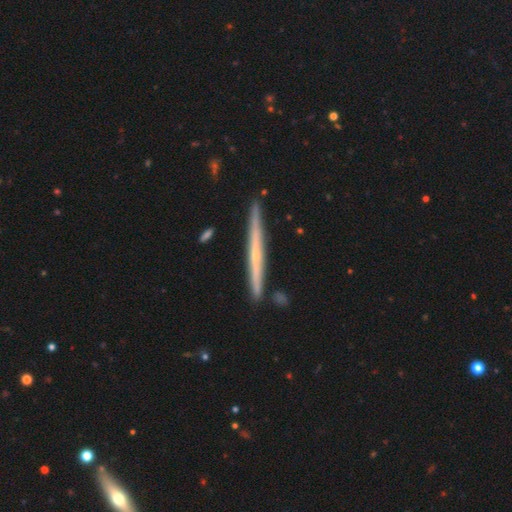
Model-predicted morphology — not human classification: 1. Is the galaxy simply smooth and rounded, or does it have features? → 67% featured or disk, 27% smooth, 6% star or artifact.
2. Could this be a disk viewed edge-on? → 97% yes, 3% no.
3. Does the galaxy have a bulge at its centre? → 58% none, 39% rounded, 4% boxy.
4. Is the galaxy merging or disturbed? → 88% none, 8% minor disturbance, 2% merger, 1% major disturbance.